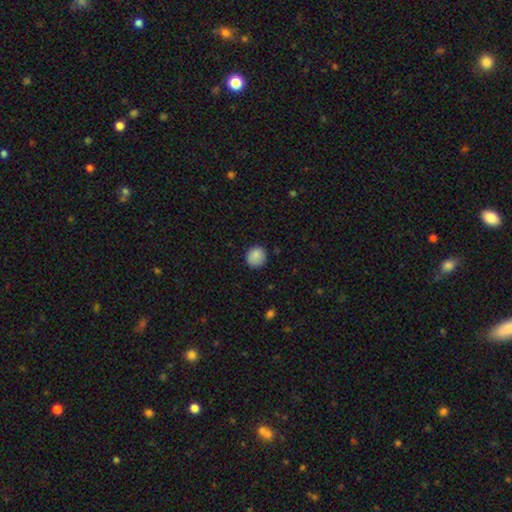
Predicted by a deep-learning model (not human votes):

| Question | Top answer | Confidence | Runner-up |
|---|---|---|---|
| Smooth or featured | smooth | 86% | star or artifact (9%) |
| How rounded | round | 86% | in between (13%) |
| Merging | none | 86% | minor disturbance (11%) |